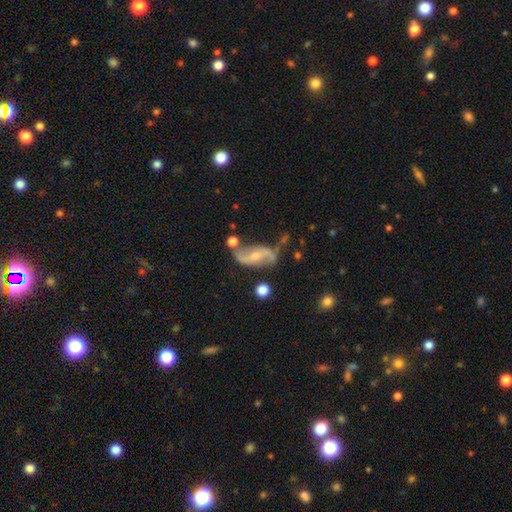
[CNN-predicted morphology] smooth_or_featured: featured or disk (p=0.81) [alt: smooth p=0.12]
disk_edge_on: no (p=0.93) [alt: yes p=0.07]
bar: no (p=0.43) [alt: weak p=0.34]
has_spiral_arms: yes (p=0.91) [alt: no p=0.09]
spiral_winding: loose (p=0.69) [alt: medium p=0.23]
spiral_arm_count: 2 (p=0.90) [alt: can't tell p=0.04]
bulge_size: small (p=0.54) [alt: moderate p=0.42]
merging: none (p=0.58) [alt: minor disturbance p=0.21]